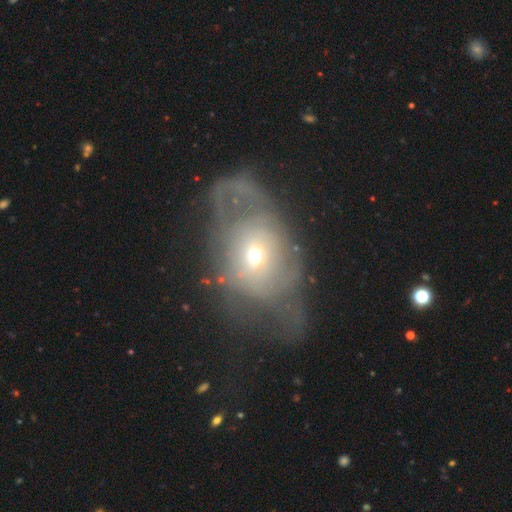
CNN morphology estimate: Smooth or featured: featured or disk — 48% (smooth — 40%)
Merging: major disturbance — 56% (none — 21%)